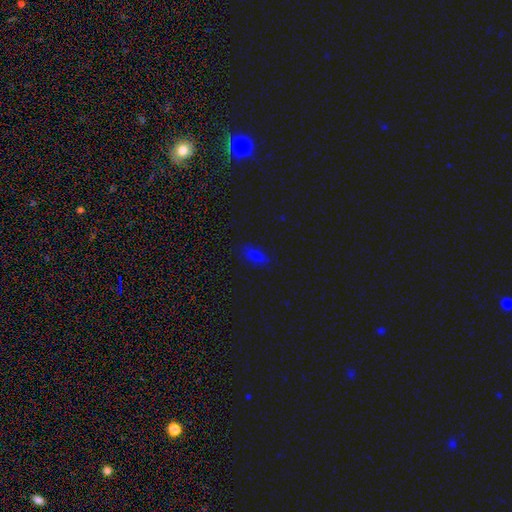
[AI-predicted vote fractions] Smooth or featured? smooth (68%)
How rounded? in between (79%)
Merging? none (83%)